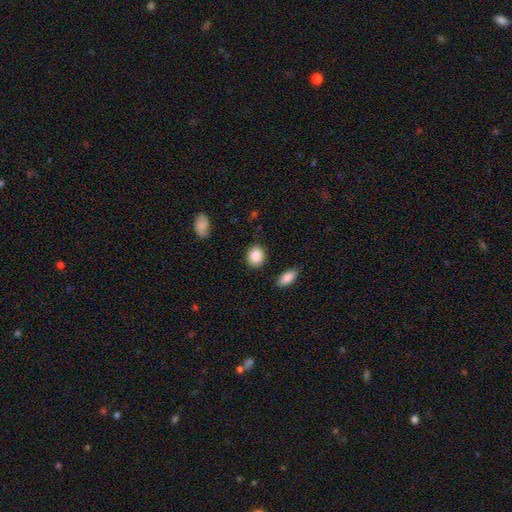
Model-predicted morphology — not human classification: This is clearly a smooth galaxy (88%). How rounded: likely round (61%). Merging: clearly none (85%).